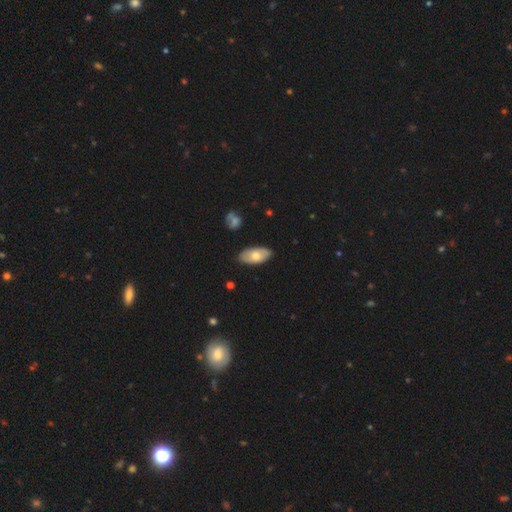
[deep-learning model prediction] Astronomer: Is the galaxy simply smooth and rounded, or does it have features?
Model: smooth — 68%.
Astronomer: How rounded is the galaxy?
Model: in between — 93%.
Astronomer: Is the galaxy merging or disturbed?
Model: none — 85%.